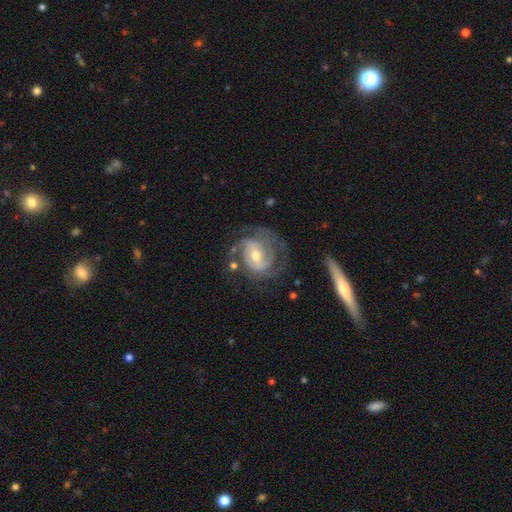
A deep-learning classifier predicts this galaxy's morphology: This appears to be a featured or disk galaxy (87%) with no bar (44%), 2 (48%) tight (55%) spiral arms (95%) and a moderate central bulge (60%). Merging: none (60%).